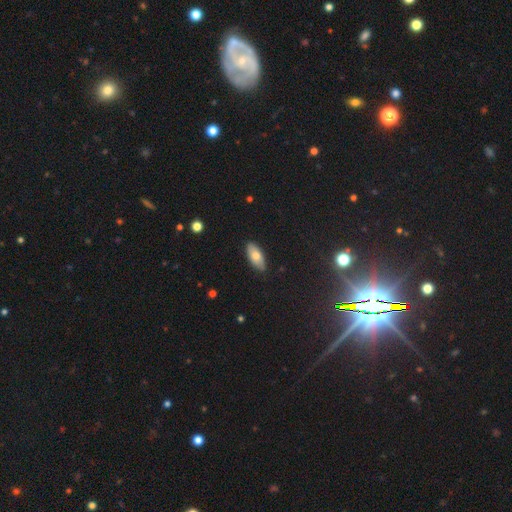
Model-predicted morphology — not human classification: Smooth or featured? smooth (72%)
How rounded? in between (87%)
Merging? none (86%)